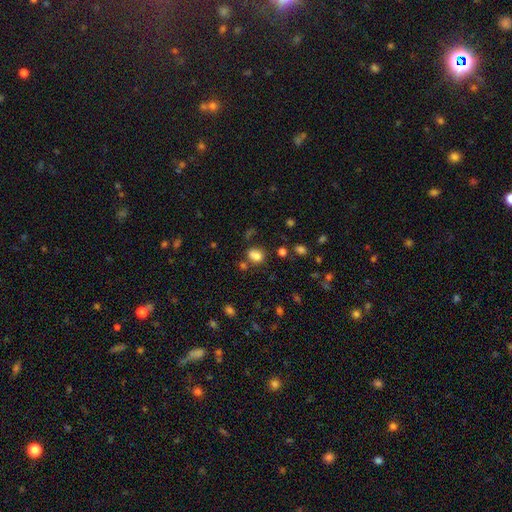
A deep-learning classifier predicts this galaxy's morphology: This appears to be a smooth galaxy with no disk features (79%) that is round (50%). Merging: none (60%).